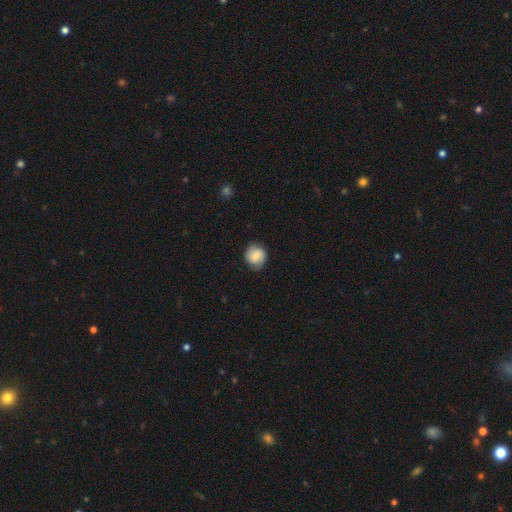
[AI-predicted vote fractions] smooth-or-featured: smooth: 69% | featured or disk: 23% | star or artifact: 8%
  how-rounded: round: 84% | in between: 15% | cigar-shaped: 1%
  merging: none: 78% | minor disturbance: 17% | major disturbance: 4% | merger: 1%